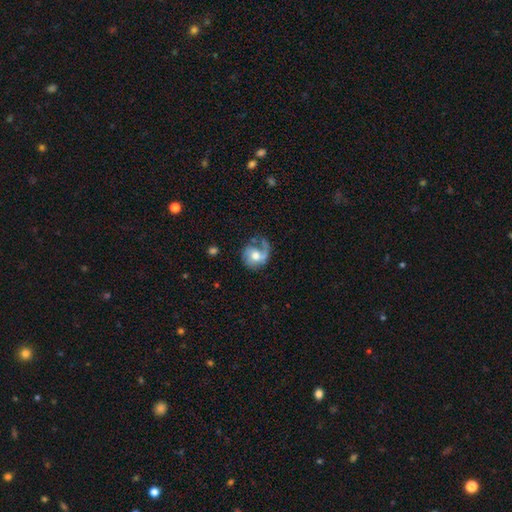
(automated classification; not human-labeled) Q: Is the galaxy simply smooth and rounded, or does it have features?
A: featured or disk — 71%.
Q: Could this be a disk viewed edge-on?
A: no — 98%.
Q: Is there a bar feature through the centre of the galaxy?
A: no — 63%.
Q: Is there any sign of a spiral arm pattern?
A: yes — 91%.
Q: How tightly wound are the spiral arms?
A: medium — 42%.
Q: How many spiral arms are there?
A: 1 — 46%.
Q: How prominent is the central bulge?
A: moderate — 65%.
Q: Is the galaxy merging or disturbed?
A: none — 49%.